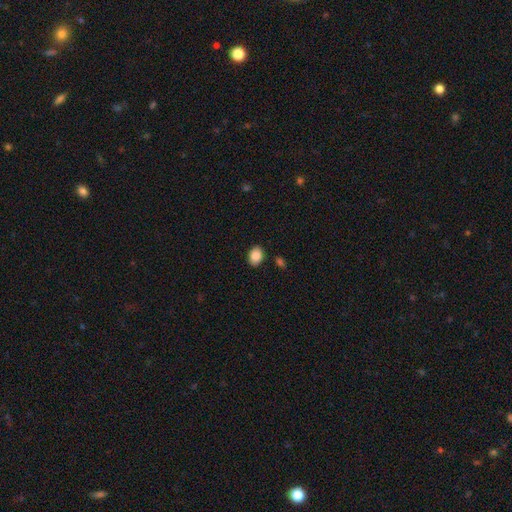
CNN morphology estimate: smooth_or_featured: smooth (p=0.88) [alt: star or artifact p=0.08]
how_rounded: in between (p=0.68) [alt: round p=0.31]
merging: none (p=0.85) [alt: minor disturbance p=0.10]